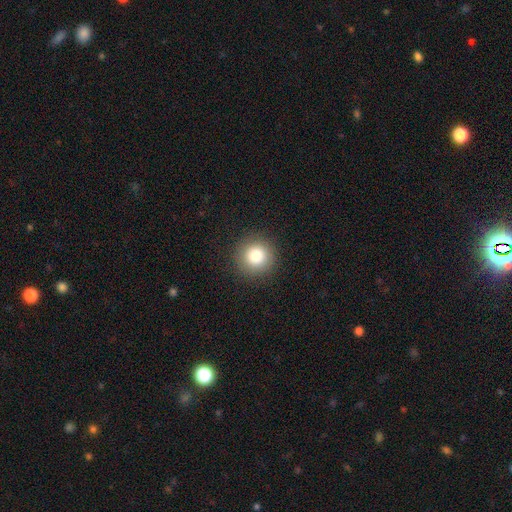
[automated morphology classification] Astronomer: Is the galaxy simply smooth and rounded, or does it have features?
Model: smooth — 82%.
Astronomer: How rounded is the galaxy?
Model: round — 95%.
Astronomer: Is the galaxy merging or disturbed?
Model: none — 91%.